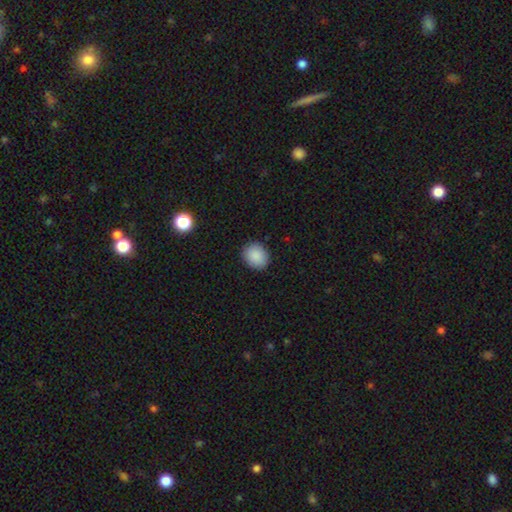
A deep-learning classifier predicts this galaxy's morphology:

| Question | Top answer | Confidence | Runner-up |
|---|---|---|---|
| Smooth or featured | smooth | 88% | star or artifact (8%) |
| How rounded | round | 64% | in between (35%) |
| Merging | none | 89% | minor disturbance (8%) |